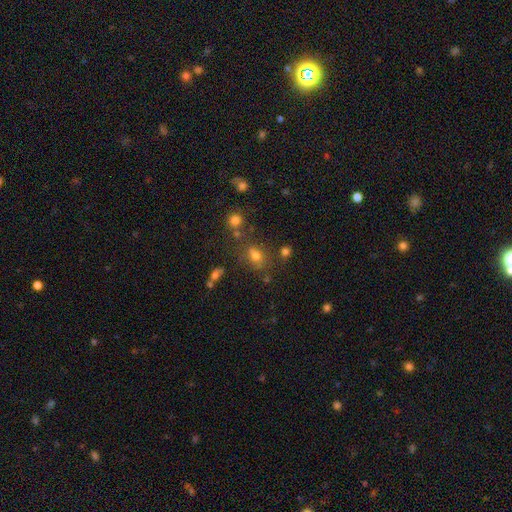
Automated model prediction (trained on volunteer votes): A smooth galaxy with no disk features (66%) that is in between round and cigar-shaped (59%).

Vote fractions:
- Smooth or featured? smooth: 66% / star or artifact: 22% / featured or disk: 12%
- How rounded? in between: 59% / round: 39% / cigar-shaped: 2%
- Merging? none: 65% / minor disturbance: 15% / merger: 13% / major disturbance: 7%